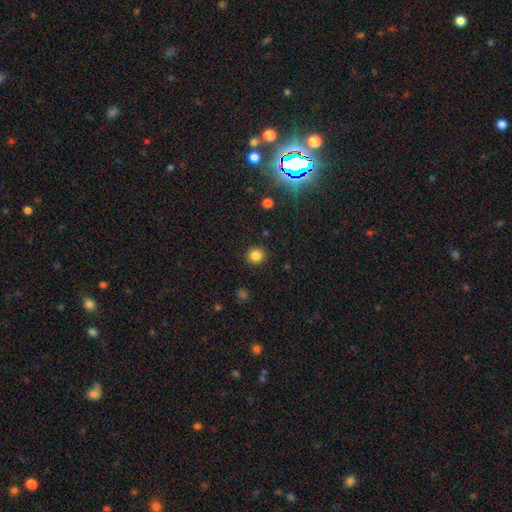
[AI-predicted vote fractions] Q: Smooth or featured?
A: smooth (83%); runner-up: star or artifact (12%)
Q: How rounded?
A: round (92%); runner-up: in between (8%)
Q: Merging?
A: none (92%); runner-up: minor disturbance (5%)